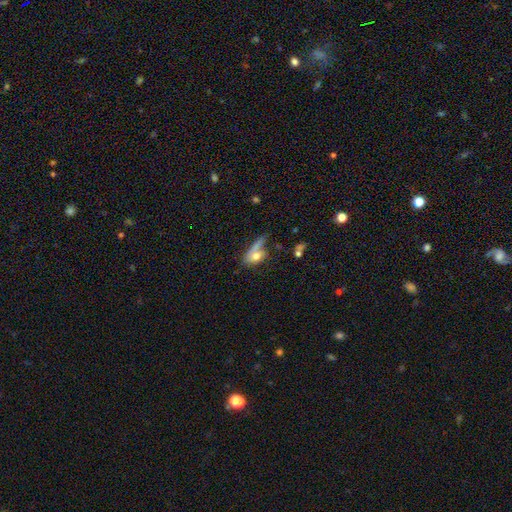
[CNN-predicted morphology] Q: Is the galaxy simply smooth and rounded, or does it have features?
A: smooth — 66%.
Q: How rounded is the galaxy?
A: in between — 76%.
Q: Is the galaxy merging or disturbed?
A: none — 32%.